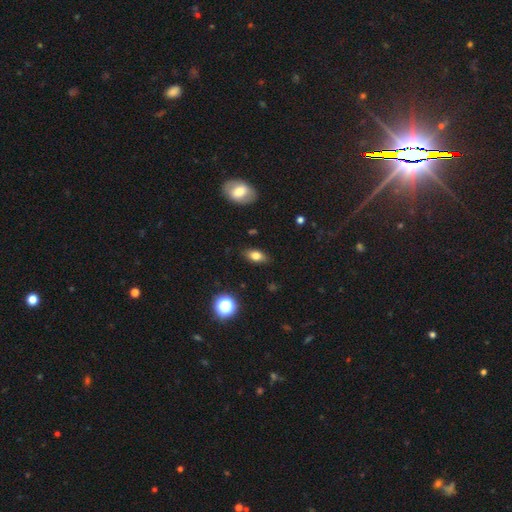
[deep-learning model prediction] Smooth or featured? smooth (74%)
How rounded? in between (84%)
Merging? none (85%)